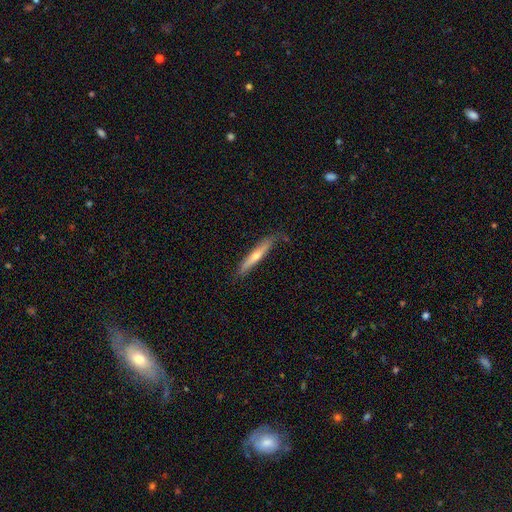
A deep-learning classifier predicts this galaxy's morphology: Smooth or featured? Predicted: featured or disk (p=0.56). Edge-on disk? Predicted: yes (p=0.93). Edge-on bulge? Predicted: rounded (p=0.83). Merging? Predicted: none (p=0.78).